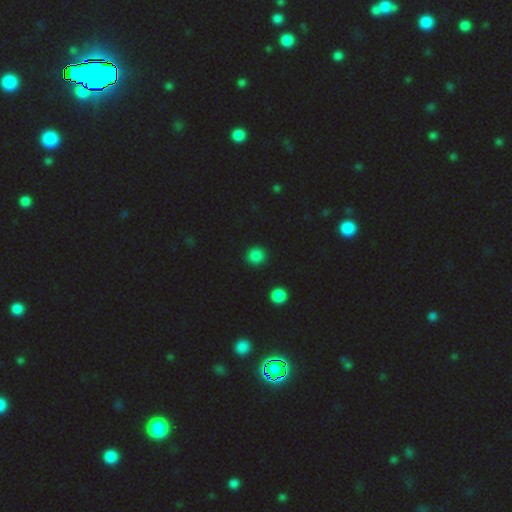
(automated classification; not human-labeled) Overall: smooth (83%). How rounded: round (91%). Merging: none (91%).